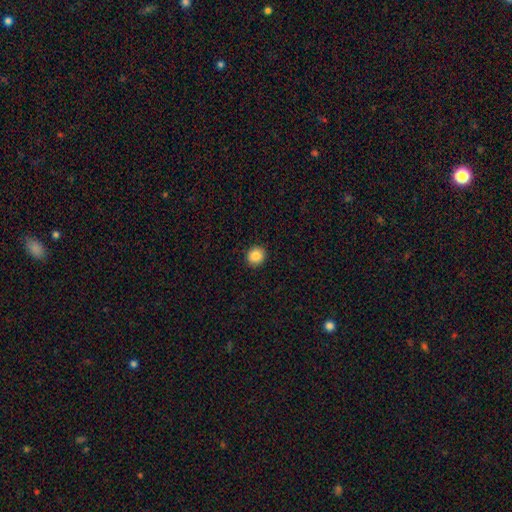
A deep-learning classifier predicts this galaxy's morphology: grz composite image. It shows a smooth galaxy with no disk features (85%) that is round (88%). Merging: none (92%).